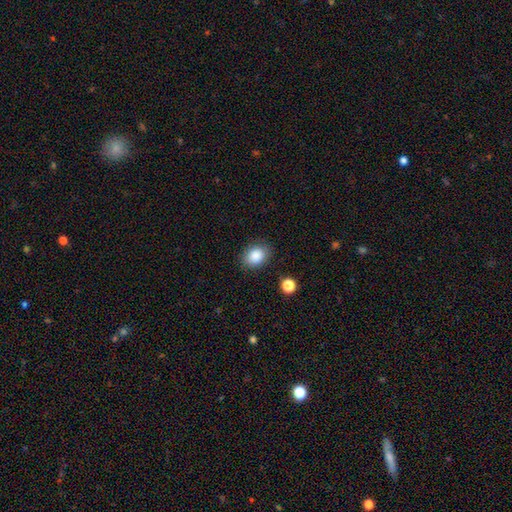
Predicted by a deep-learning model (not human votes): Smooth or featured?
  - smooth: 87% *
  - star or artifact: 9%
  - featured or disk: 5%
How rounded?
  - in between: 67% *
  - round: 32%
  - cigar-shaped: 1%
Merging?
  - none: 83% *
  - minor disturbance: 11%
  - major disturbance: 3%
  - merger: 2%